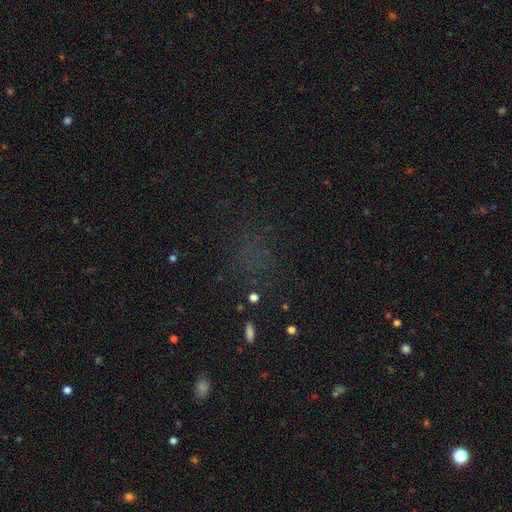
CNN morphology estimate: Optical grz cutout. It shows a star or artifact, not a galaxy (51%).